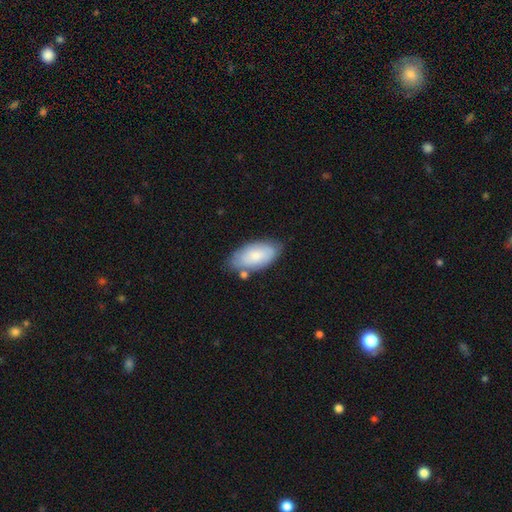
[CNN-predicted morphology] Smooth or featured? Predicted: smooth (p=0.70). How rounded? Predicted: in between (p=0.94). Merging? Predicted: none (p=0.67).